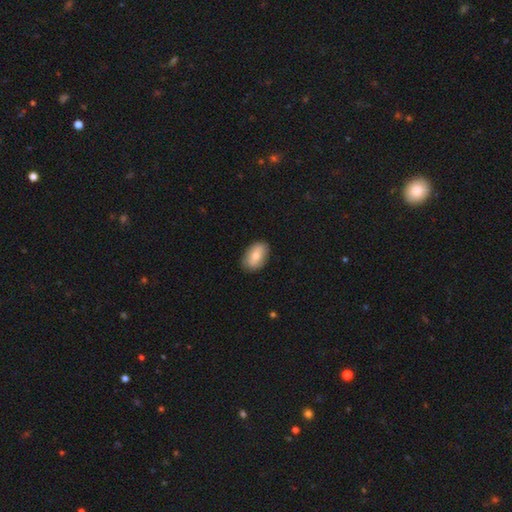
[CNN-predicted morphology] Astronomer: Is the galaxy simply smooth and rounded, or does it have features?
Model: smooth — 71%.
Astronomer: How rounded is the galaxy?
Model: in between — 91%.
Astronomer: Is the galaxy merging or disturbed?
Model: none — 85%.